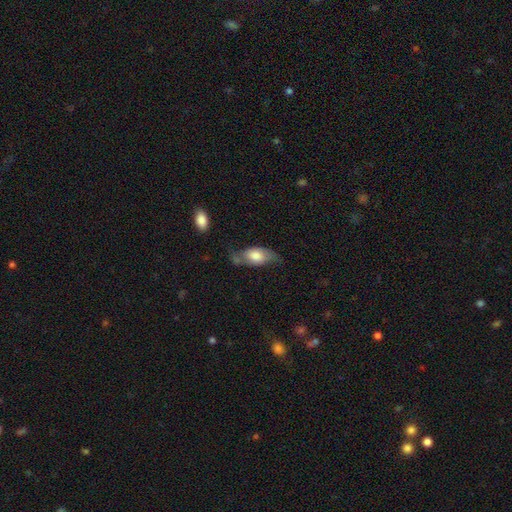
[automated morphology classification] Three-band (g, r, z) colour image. It shows a smooth galaxy with no disk features (49%). Merging: none (48%).